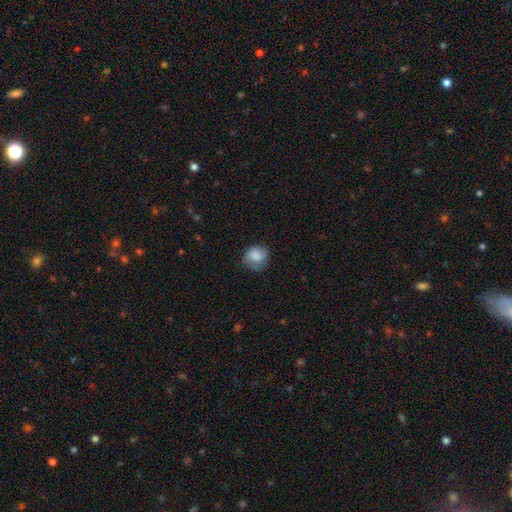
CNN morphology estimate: Q: Smooth or featured?
A: smooth (76%); runner-up: featured or disk (17%)
Q: How rounded?
A: round (78%); runner-up: in between (21%)
Q: Merging?
A: none (65%); runner-up: minor disturbance (25%)